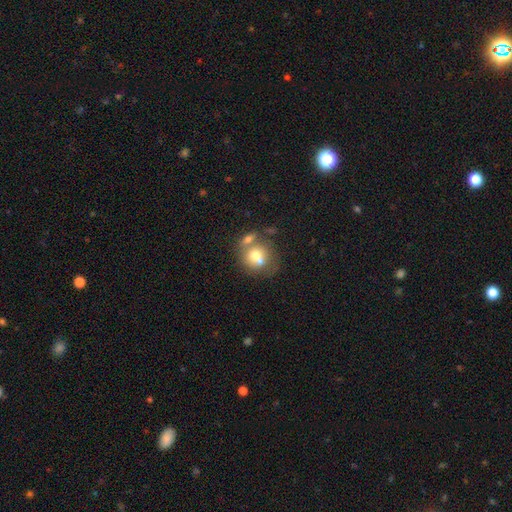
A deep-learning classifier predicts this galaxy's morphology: The model was most divided on "merging": merger: 46%, none: 37%, minor disturbance: 11%, major disturbance: 6%. More confident: how rounded — round (77%); smooth or featured — smooth (67%).